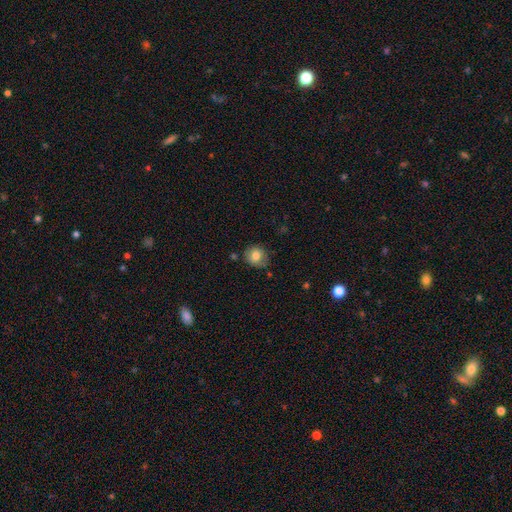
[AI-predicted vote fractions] smooth_or_featured: smooth (p=0.79) [alt: featured or disk p=0.11]
how_rounded: round (p=0.80) [alt: in between p=0.19]
merging: none (p=0.77) [alt: minor disturbance p=0.16]